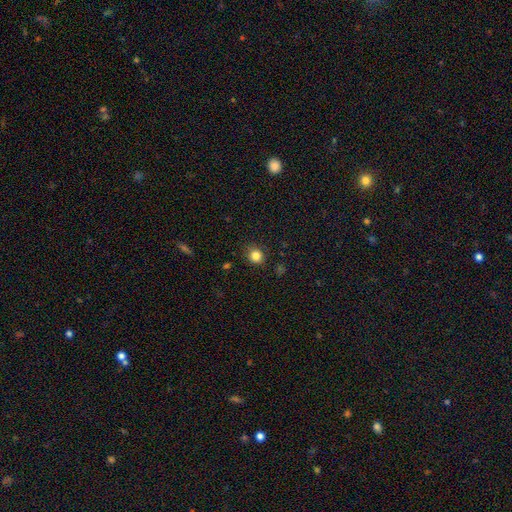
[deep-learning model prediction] smooth 84%, star or artifact 12%, featured or disk 5%. Down the decision tree: how rounded — round (81%); merging — none (86%).